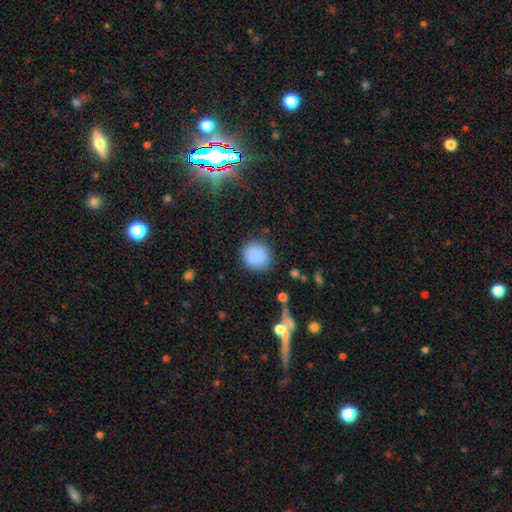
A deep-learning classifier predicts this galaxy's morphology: This is clearly a smooth galaxy (85%). How rounded: clearly round (88%). Merging: clearly none (82%).